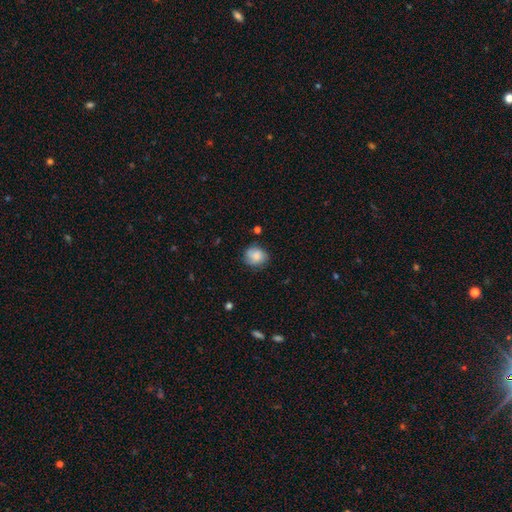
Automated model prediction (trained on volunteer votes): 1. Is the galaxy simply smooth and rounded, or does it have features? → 81% smooth, 11% featured or disk, 8% star or artifact.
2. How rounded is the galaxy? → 76% round, 23% in between, 1% cigar-shaped.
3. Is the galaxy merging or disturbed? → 75% none, 19% minor disturbance, 4% major disturbance, 2% merger.